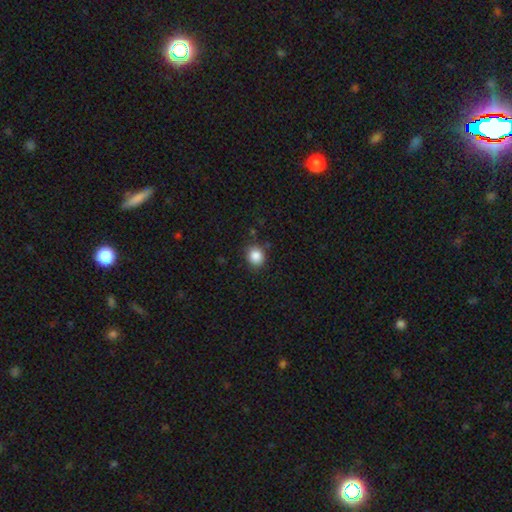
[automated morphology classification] A smooth galaxy with no disk features (86%) that is round (77%). Merging: none (83%).